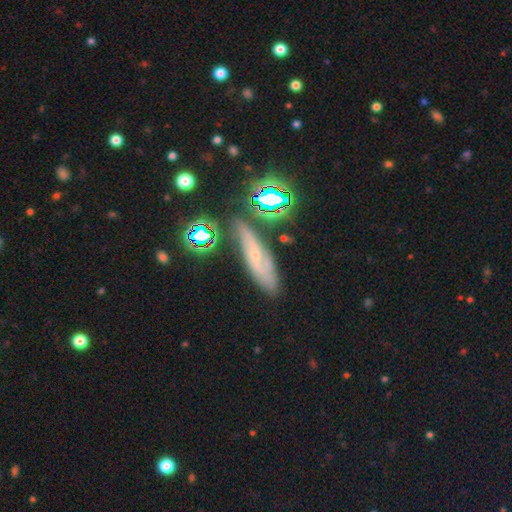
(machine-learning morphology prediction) A featured or disk galaxy (50%).

Vote fractions:
- Smooth or featured? featured or disk: 50% / smooth: 27% / star or artifact: 22%
- Edge-on disk? no: 68% / yes: 32%
- Merging? none: 69% / minor disturbance: 18% / merger: 6% / major disturbance: 6%